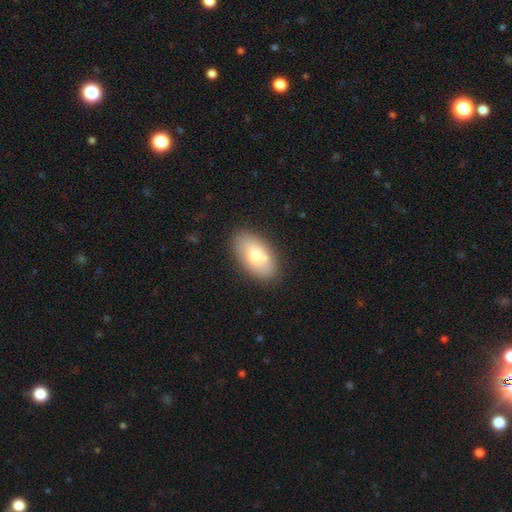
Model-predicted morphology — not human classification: A smooth galaxy with no disk features (70%) that is in between round and cigar-shaped (93%). Merging: none (78%).